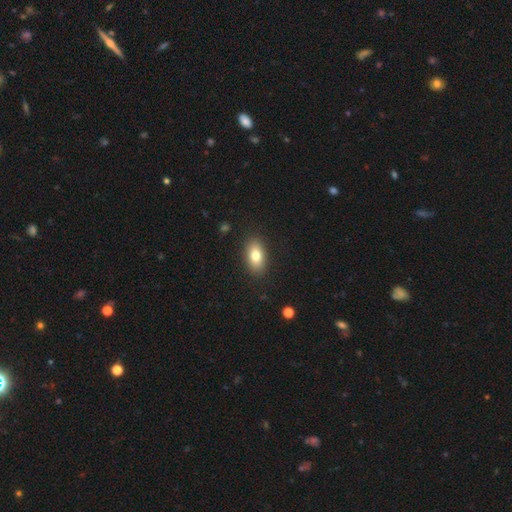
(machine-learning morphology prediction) smooth 79%, featured or disk 13%, star or artifact 8%. Down the decision tree: how rounded — in between (89%); merging — none (88%).